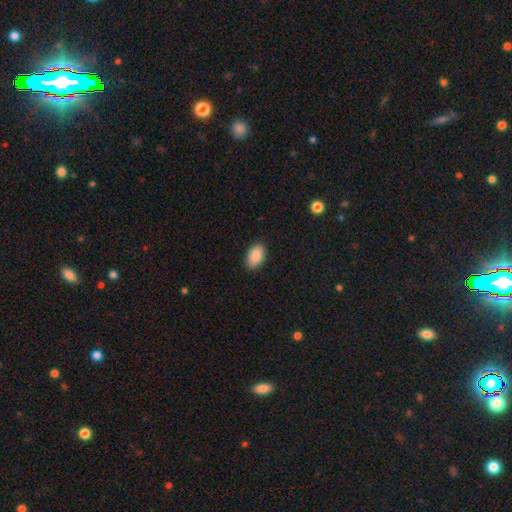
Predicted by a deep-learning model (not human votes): smooth 89%, star or artifact 7%, featured or disk 4%. Down the decision tree: how rounded — in between (92%); merging — none (87%).